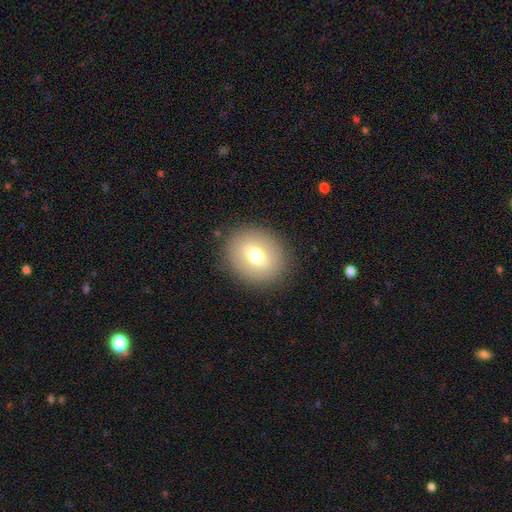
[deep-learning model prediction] This appears to be a smooth galaxy with no disk features (64%) that is round (61%). Merging: none (86%).